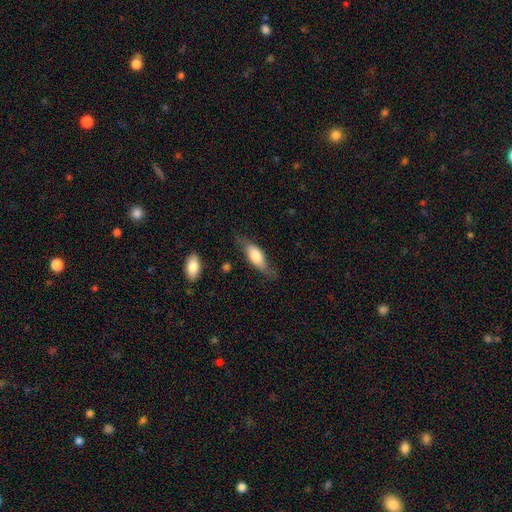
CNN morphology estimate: type=smooth (62%); roundness=in between (64%); merging=none (62%).